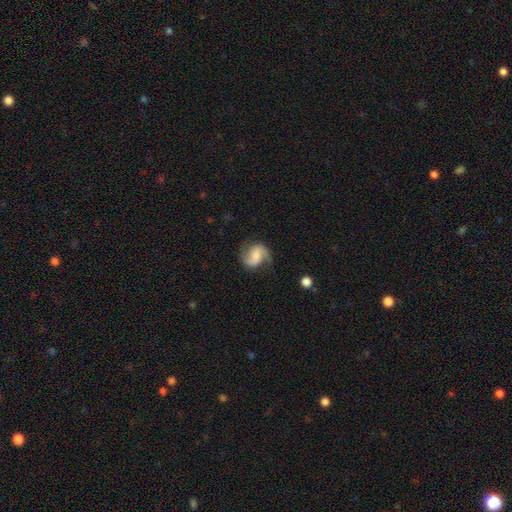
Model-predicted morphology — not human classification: type=featured or disk (81%); edge-on=no (98%); bar=weak (43%); spiral arms=yes (97%); winding=medium (49%); arm count=2 (92%); bulge=moderate (37%); merging=none (78%).